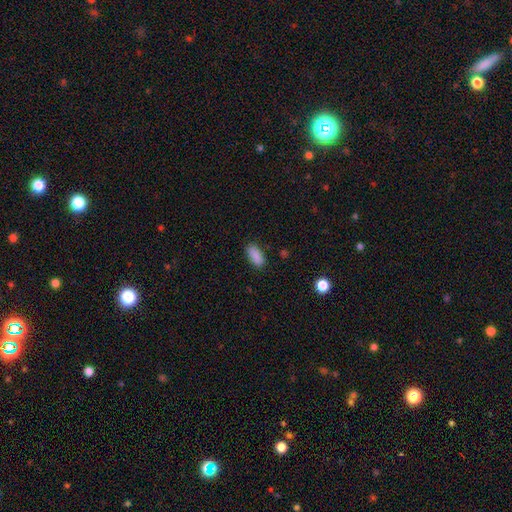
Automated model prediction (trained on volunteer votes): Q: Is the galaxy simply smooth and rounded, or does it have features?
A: smooth — 89%.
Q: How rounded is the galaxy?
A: in between — 86%.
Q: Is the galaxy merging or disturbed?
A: none — 86%.